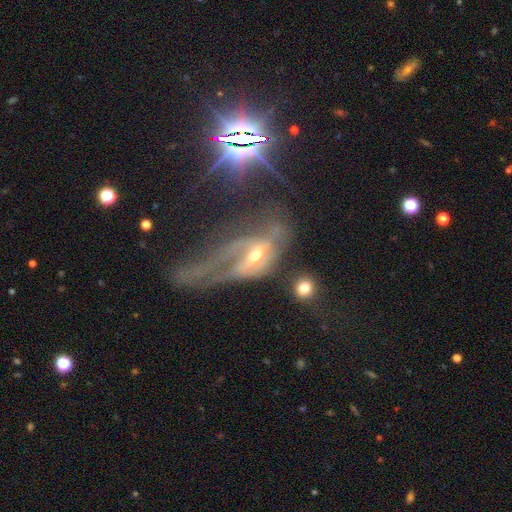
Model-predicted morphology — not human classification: smooth_or_featured: featured or disk (p=0.71) [alt: smooth p=0.18]
disk_edge_on: no (p=0.83) [alt: yes p=0.17]
bar: no (p=0.45) [alt: weak p=0.34]
has_spiral_arms: yes (p=0.63) [alt: no p=0.37]
bulge_size: moderate (p=0.56) [alt: small p=0.36]
merging: major disturbance (p=0.61) [alt: none p=0.16]